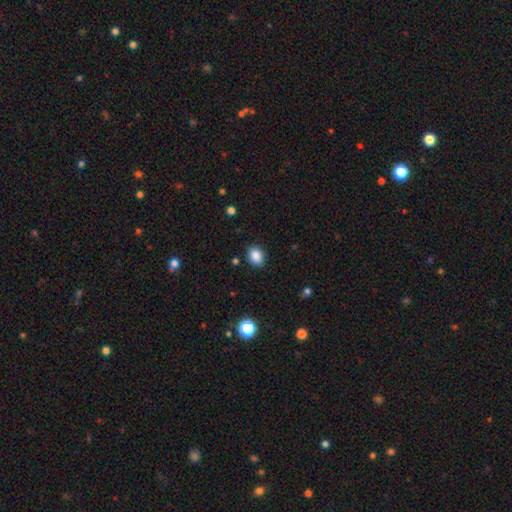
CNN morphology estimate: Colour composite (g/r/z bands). It shows a smooth galaxy with no disk features (87%) that is in between round and cigar-shaped (62%). Merging: none (87%).